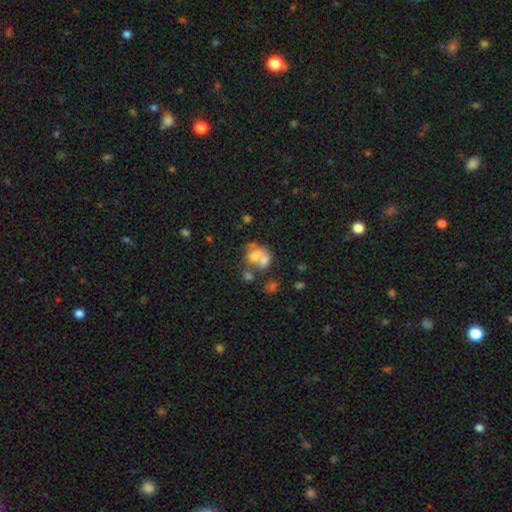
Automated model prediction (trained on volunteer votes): A smooth galaxy with no disk features (52%) that is in between round and cigar-shaped (64%). Merging: merger (52%).